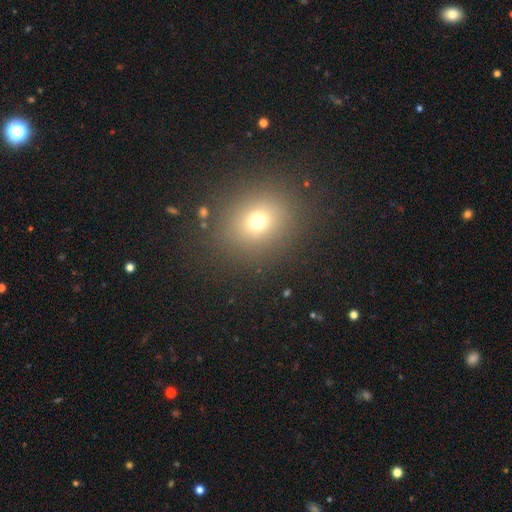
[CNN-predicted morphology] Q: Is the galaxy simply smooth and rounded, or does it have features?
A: smooth — 64%.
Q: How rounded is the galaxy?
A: round — 72%.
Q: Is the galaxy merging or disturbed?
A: none — 89%.